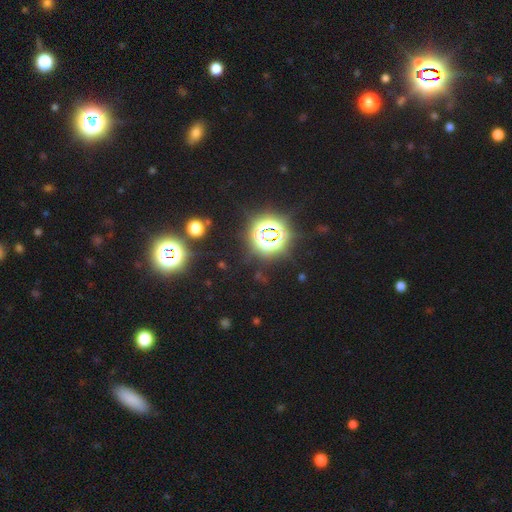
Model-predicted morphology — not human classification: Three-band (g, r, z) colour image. It shows a star or artifact, not a galaxy (78%).